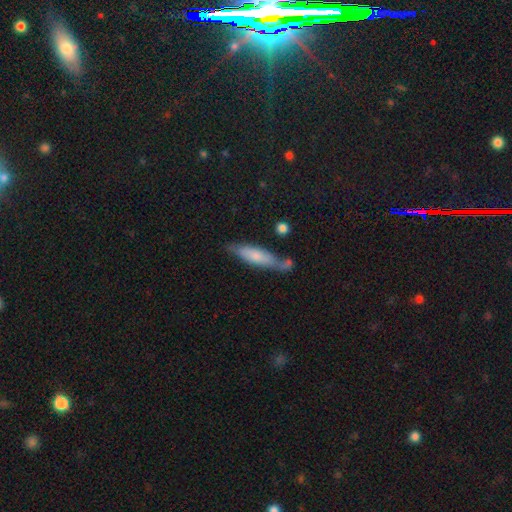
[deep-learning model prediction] A smooth galaxy with no disk features (62%) that is cigar-shaped (69%).

Vote fractions:
- Smooth or featured? smooth: 62% / featured or disk: 31% / star or artifact: 6%
- How rounded? cigar-shaped: 69% / in between: 29% / round: 2%
- Merging? none: 53% / minor disturbance: 25% / merger: 13% / major disturbance: 9%